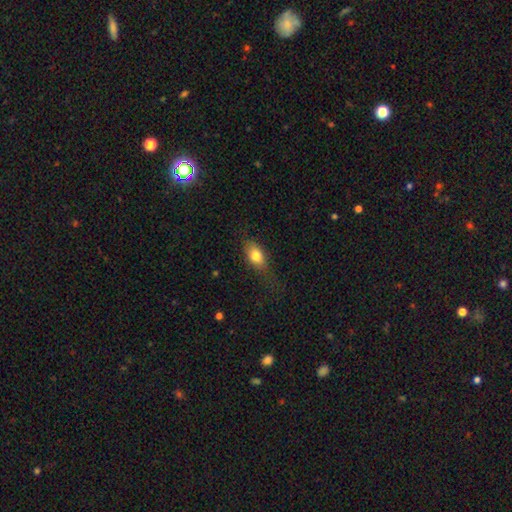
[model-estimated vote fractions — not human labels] Overall: smooth (77%). How rounded: in between (80%). Merging: none (64%).